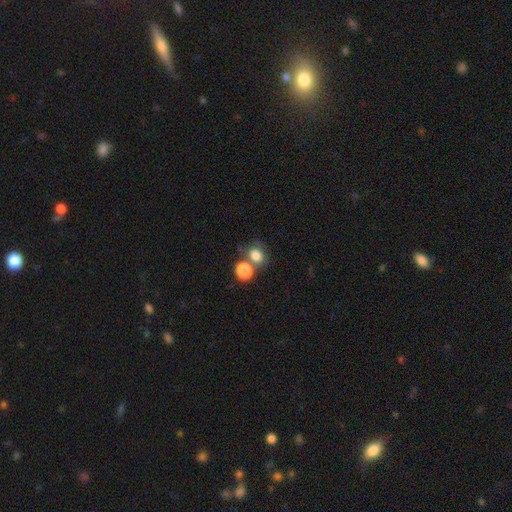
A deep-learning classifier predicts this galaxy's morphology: Overall: smooth (79%). How rounded: round (58%; in between 40%). Merging: none (47%; merger 37%).